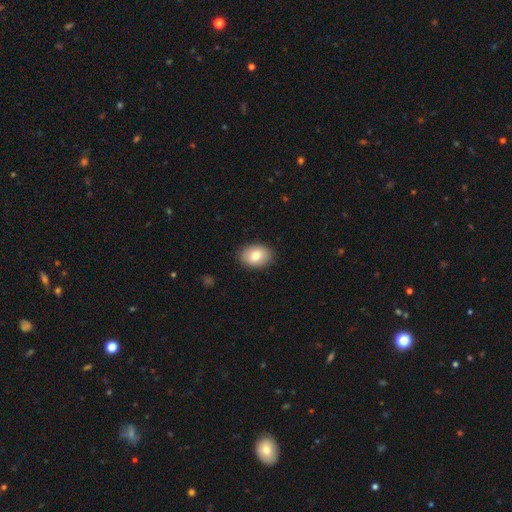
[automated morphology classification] type=smooth (80%); roundness=in between (74%); merging=none (88%).